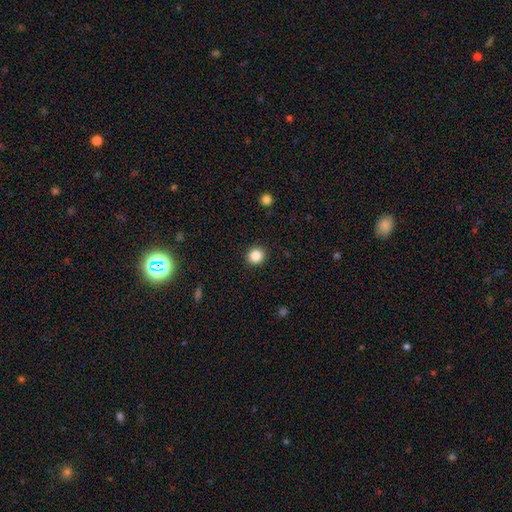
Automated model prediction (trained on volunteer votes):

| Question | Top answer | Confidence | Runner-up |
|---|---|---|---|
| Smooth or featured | smooth | 86% | star or artifact (11%) |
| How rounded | round | 87% | in between (12%) |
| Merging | none | 92% | minor disturbance (5%) |